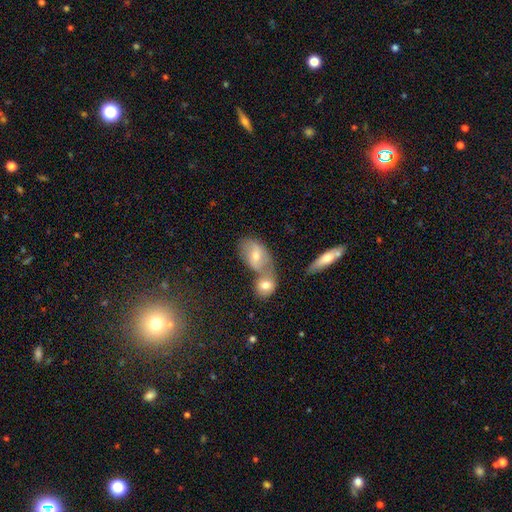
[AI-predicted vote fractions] smooth-or-featured: smooth: 52% | featured or disk: 36% | star or artifact: 11%
  how-rounded: in between: 81% | round: 13% | cigar-shaped: 6%
  merging: merger: 44% | none: 39% | minor disturbance: 12% | major disturbance: 5%